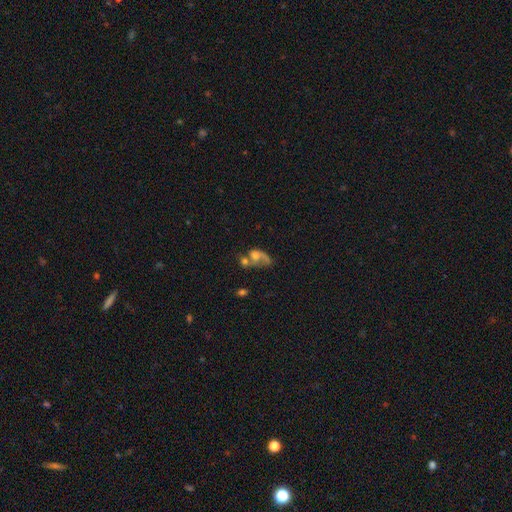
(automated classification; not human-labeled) Morphology: type=featured or disk (46%); merging=merger (50%).